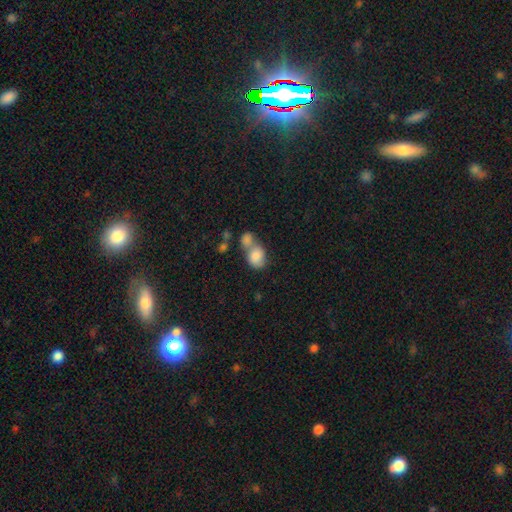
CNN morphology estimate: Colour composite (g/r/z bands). It shows a smooth galaxy with no disk features (80%) that is in between round and cigar-shaped (60%). Merging: merger (63%).